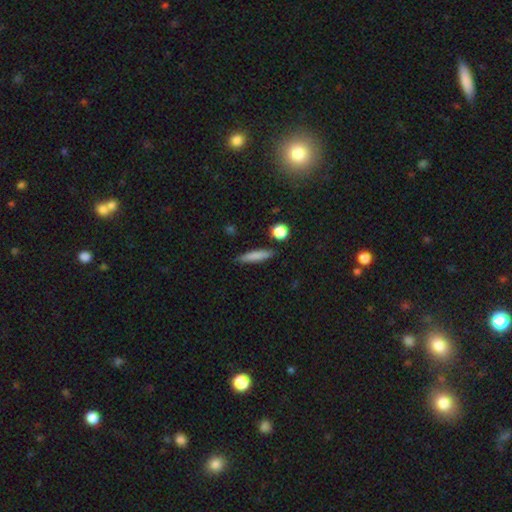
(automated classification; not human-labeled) Smooth or featured? Predicted: smooth (p=0.79). How rounded? Predicted: cigar-shaped (p=0.83). Merging? Predicted: none (p=0.86).